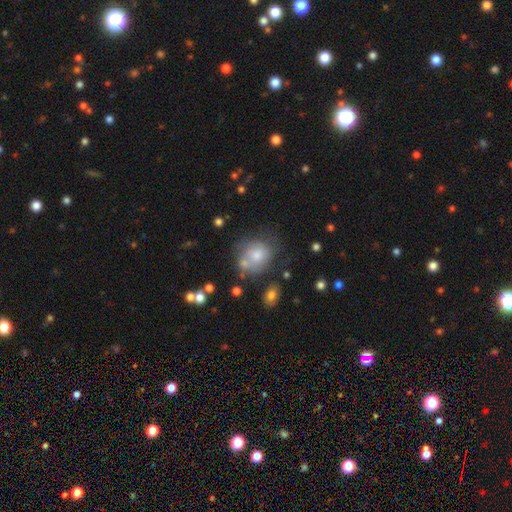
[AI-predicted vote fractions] smooth-or-featured: smooth: 66% | featured or disk: 24% | star or artifact: 10%
  how-rounded: round: 68% | in between: 31% | cigar-shaped: 1%
  merging: none: 44% | minor disturbance: 24% | merger: 18% | major disturbance: 14%